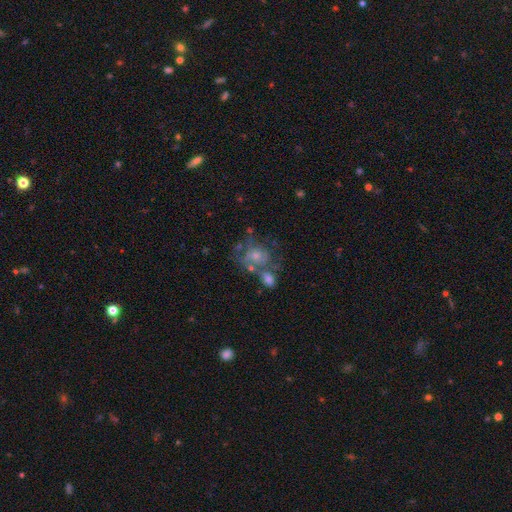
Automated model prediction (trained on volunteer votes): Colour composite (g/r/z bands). It shows a featured or disk galaxy (57%) with no bar (80%), spiral arms (64%) and a small central bulge (45%). Merging: none (31%, tied with merger).